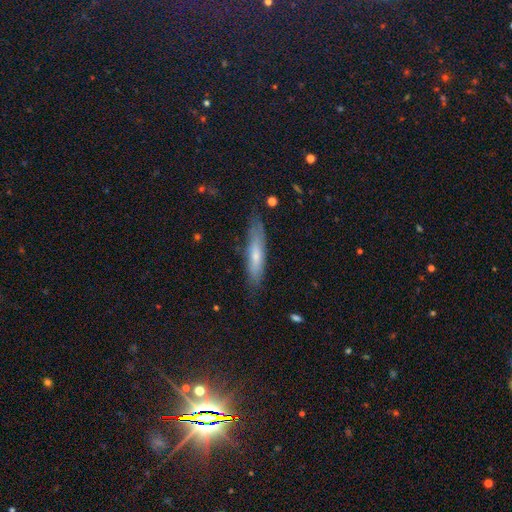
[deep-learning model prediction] Q: Smooth or featured?
A: smooth (54%); runner-up: featured or disk (39%)
Q: How rounded?
A: cigar-shaped (81%); runner-up: in between (18%)
Q: Merging?
A: none (77%); runner-up: minor disturbance (17%)